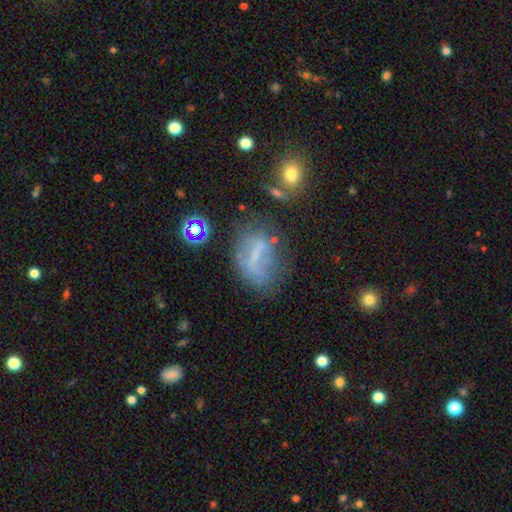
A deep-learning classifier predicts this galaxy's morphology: Q: Smooth or featured?
A: featured or disk (48%); runner-up: smooth (35%)
Q: Merging?
A: none (48%); runner-up: minor disturbance (25%)